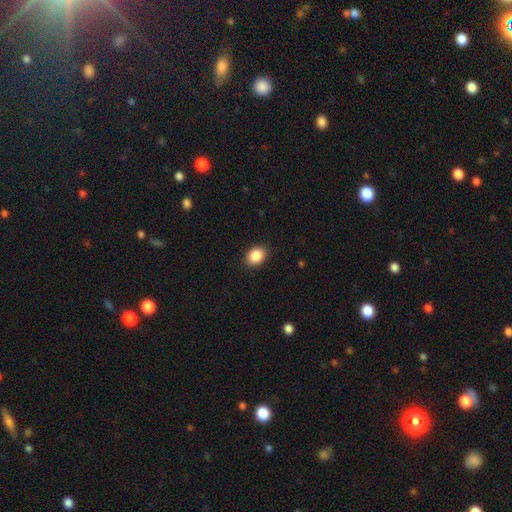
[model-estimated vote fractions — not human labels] Q: Smooth or featured?
A: smooth (87%); runner-up: star or artifact (9%)
Q: How rounded?
A: in between (64%); runner-up: round (35%)
Q: Merging?
A: none (89%); runner-up: minor disturbance (8%)